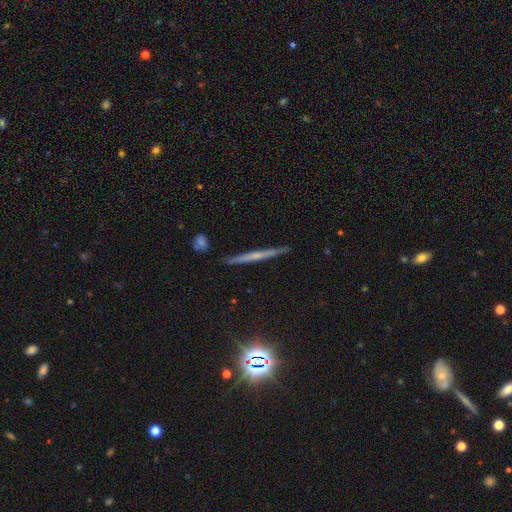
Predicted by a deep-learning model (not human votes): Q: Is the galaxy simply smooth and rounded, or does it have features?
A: featured or disk — 54%.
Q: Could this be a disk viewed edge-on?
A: yes — 96%.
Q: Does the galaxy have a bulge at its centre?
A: none — 66%.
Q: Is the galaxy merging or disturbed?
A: none — 89%.